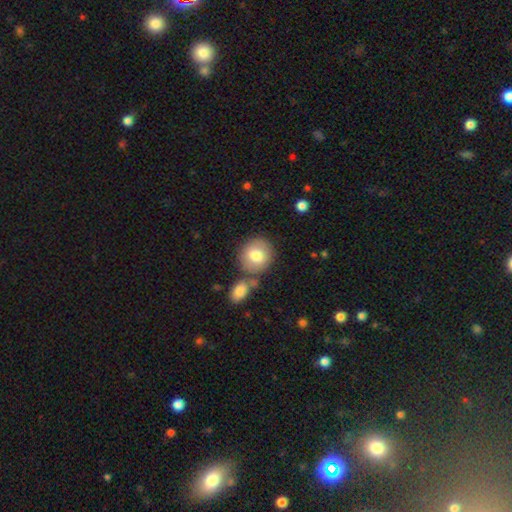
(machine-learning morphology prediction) This appears to be a smooth galaxy with no disk features (79%) that is round (83%). Merging: none (67%).